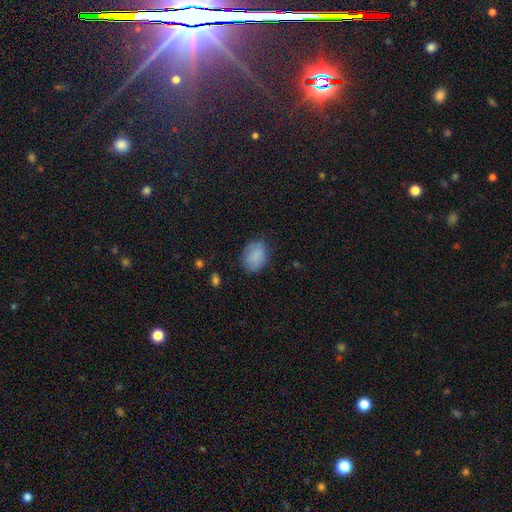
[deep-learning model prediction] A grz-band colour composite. It shows a smooth galaxy with no disk features (84%) that is in between round and cigar-shaped (68%). Merging: none (72%).